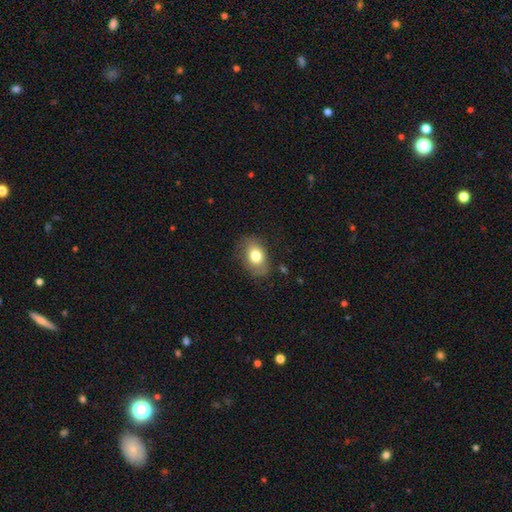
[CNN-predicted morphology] Q: Smooth or featured?
A: smooth (76%); runner-up: featured or disk (15%)
Q: How rounded?
A: in between (78%); runner-up: round (21%)
Q: Merging?
A: none (75%); runner-up: minor disturbance (18%)